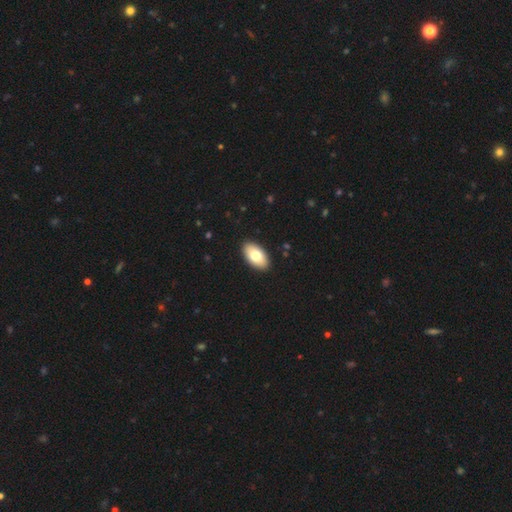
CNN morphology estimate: type=smooth (77%); roundness=in between (95%); merging=none (91%).